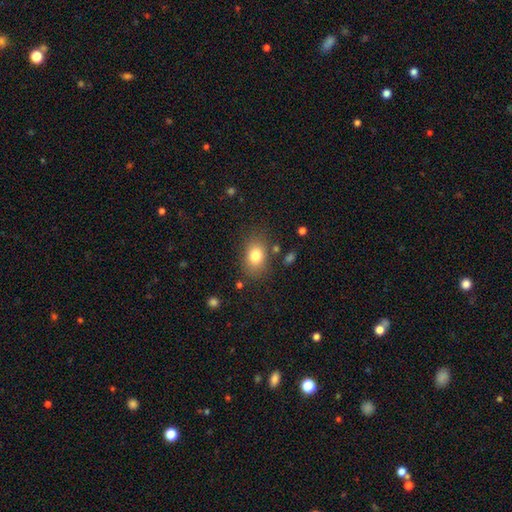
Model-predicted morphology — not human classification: smooth 80%, star or artifact 10%, featured or disk 10%. Down the decision tree: how rounded — in between (69%); merging — none (78%).